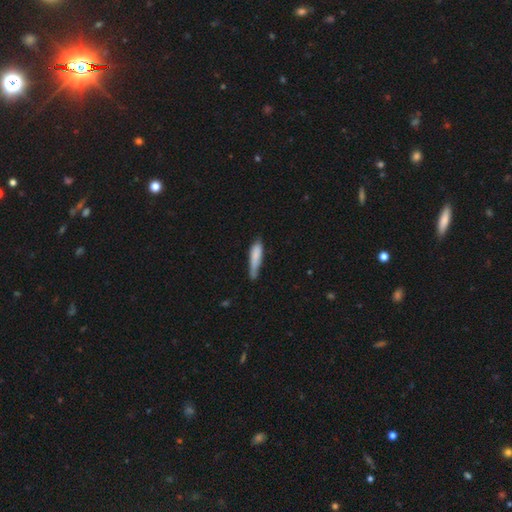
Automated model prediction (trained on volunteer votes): Smooth or featured? Predicted: smooth (p=0.78). How rounded? Predicted: cigar-shaped (p=0.75). Merging? Predicted: none (p=0.49).